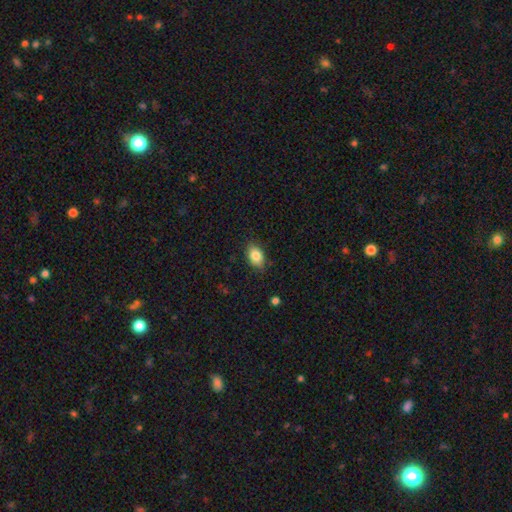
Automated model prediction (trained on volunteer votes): Smooth or featured?
  - smooth: 84% *
  - star or artifact: 8%
  - featured or disk: 8%
How rounded?
  - in between: 86% *
  - round: 12%
  - cigar-shaped: 2%
Merging?
  - none: 84% *
  - minor disturbance: 12%
  - major disturbance: 2%
  - merger: 1%